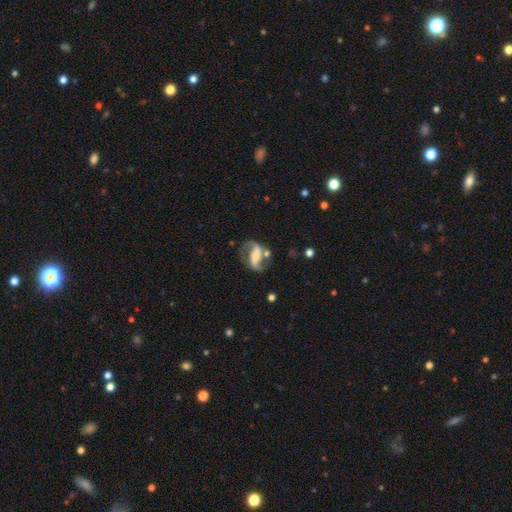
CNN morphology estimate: smooth_or_featured: featured or disk (p=0.85) [alt: smooth p=0.09]
disk_edge_on: no (p=0.97) [alt: yes p=0.03]
bar: strong (p=0.55) [alt: weak p=0.27]
has_spiral_arms: yes (p=0.95) [alt: no p=0.05]
spiral_winding: loose (p=0.44) [alt: medium p=0.43]
spiral_arm_count: 2 (p=0.92) [alt: 1 p=0.03]
bulge_size: small (p=0.32) [alt: moderate p=0.31]
merging: none (p=0.68) [alt: minor disturbance p=0.15]